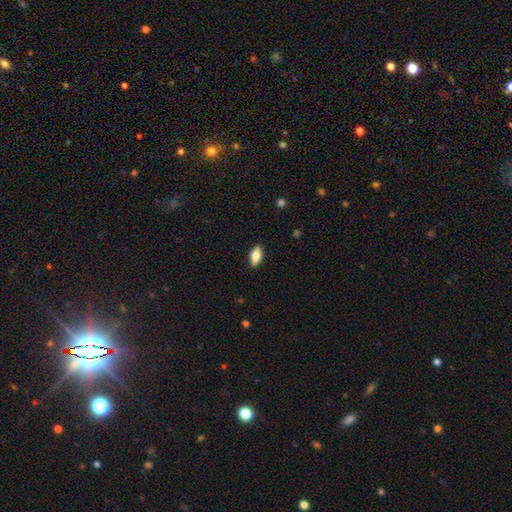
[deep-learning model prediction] Smooth or featured?
  - smooth: 78% *
  - featured or disk: 15%
  - star or artifact: 7%
How rounded?
  - in between: 88% *
  - cigar-shaped: 9%
  - round: 3%
Merging?
  - none: 89% *
  - minor disturbance: 8%
  - major disturbance: 2%
  - merger: 1%